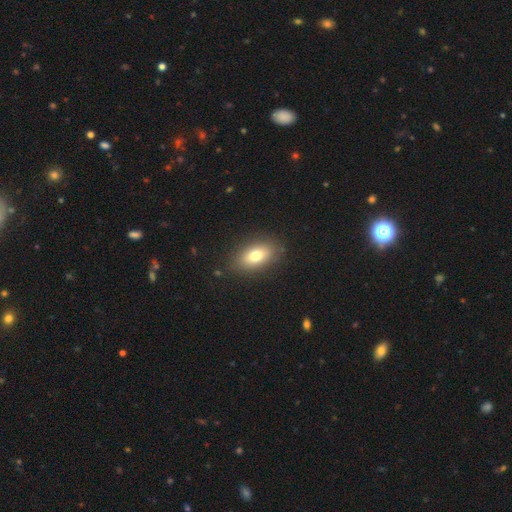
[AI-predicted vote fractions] smooth_or_featured: smooth (p=0.76) [alt: featured or disk p=0.15]
how_rounded: in between (p=0.88) [alt: round p=0.08]
merging: none (p=0.86) [alt: minor disturbance p=0.10]